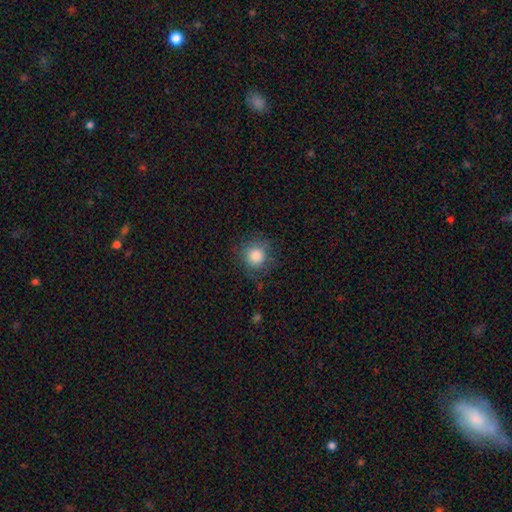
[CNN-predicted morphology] Smooth or featured?
  - smooth: 83% *
  - star or artifact: 10%
  - featured or disk: 7%
How rounded?
  - round: 91% *
  - in between: 8%
  - cigar-shaped: 1%
Merging?
  - none: 79% *
  - minor disturbance: 15%
  - major disturbance: 5%
  - merger: 1%